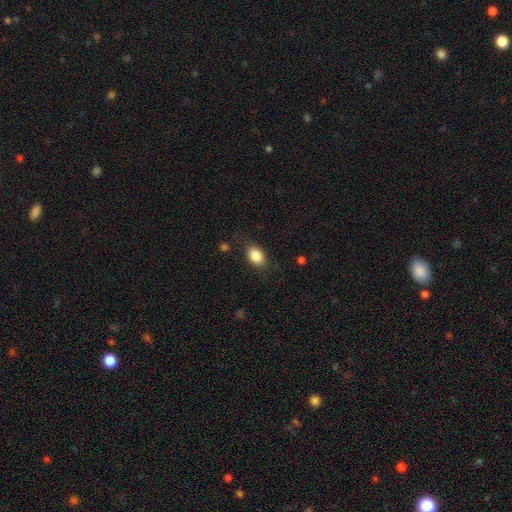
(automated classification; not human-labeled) Smooth or featured? smooth (86%)
How rounded? in between (80%)
Merging? none (80%)